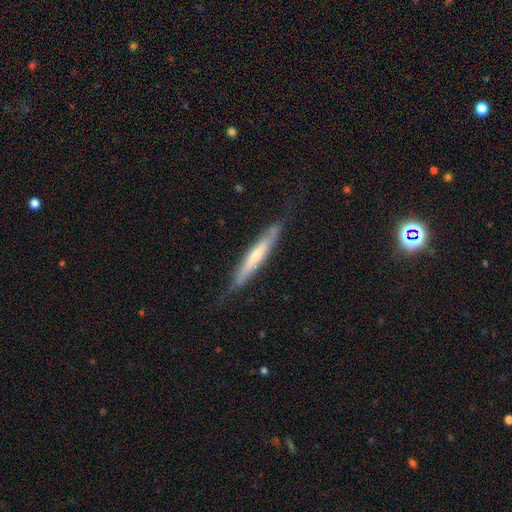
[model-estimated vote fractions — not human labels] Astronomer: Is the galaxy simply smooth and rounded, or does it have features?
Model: featured or disk — 53% (runner-up: smooth, 42%).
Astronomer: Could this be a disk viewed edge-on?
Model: yes — 87%.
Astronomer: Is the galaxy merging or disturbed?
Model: none — 74%.